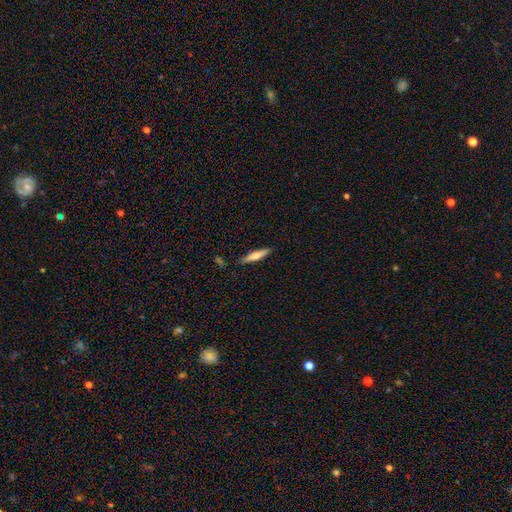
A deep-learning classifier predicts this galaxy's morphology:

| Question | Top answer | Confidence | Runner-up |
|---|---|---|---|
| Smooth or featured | smooth | 66% | featured or disk (28%) |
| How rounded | cigar-shaped | 86% | in between (12%) |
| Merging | none | 86% | minor disturbance (10%) |